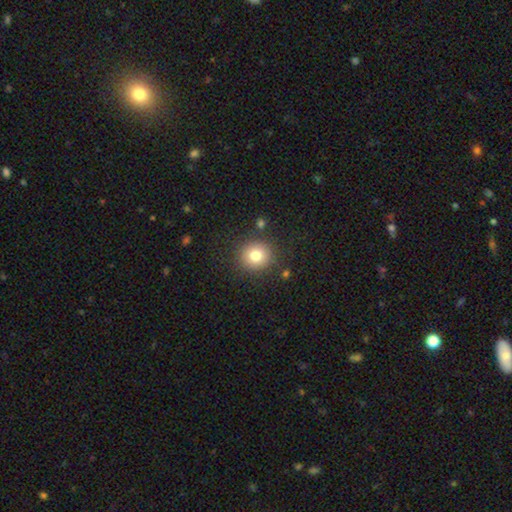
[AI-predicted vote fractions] smooth 80%, star or artifact 11%, featured or disk 9%. Down the decision tree: how rounded — round (88%); merging — none (85%).